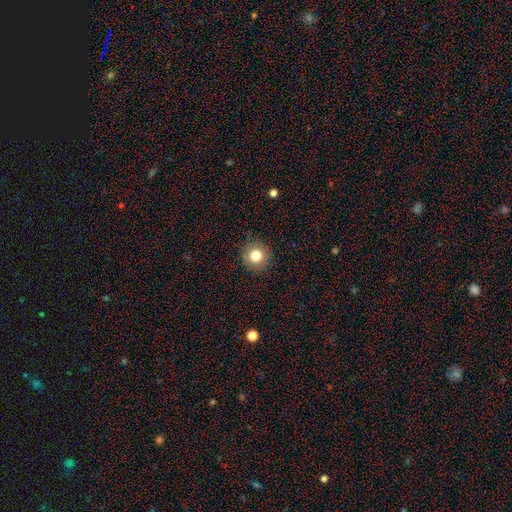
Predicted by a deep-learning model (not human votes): smooth-or-featured: smooth: 81% | star or artifact: 11% | featured or disk: 8%
  how-rounded: round: 93% | in between: 6% | cigar-shaped: 1%
  merging: none: 89% | minor disturbance: 8% | major disturbance: 2% | merger: 1%